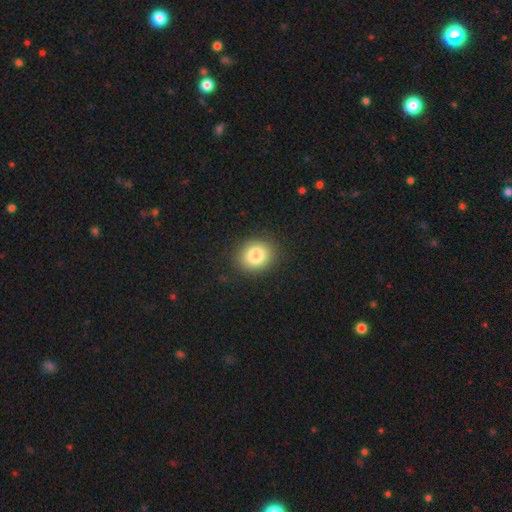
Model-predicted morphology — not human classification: A smooth galaxy with no disk features (83%) that is round (68%). Merging: none (89%).